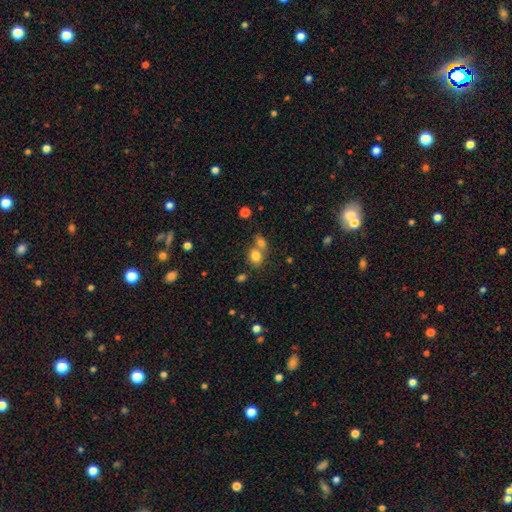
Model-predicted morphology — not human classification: Smooth or featured: smooth — 80% (star or artifact — 11%)
How rounded: round — 50% (in between — 48%)
Merging: none — 45% (merger — 43%)